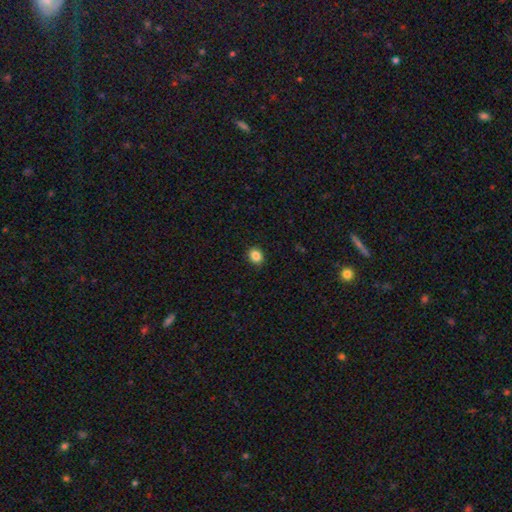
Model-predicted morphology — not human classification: Smooth or featured? Predicted: smooth (p=0.87). How rounded? Predicted: in between (p=0.57). Merging? Predicted: none (p=0.90).